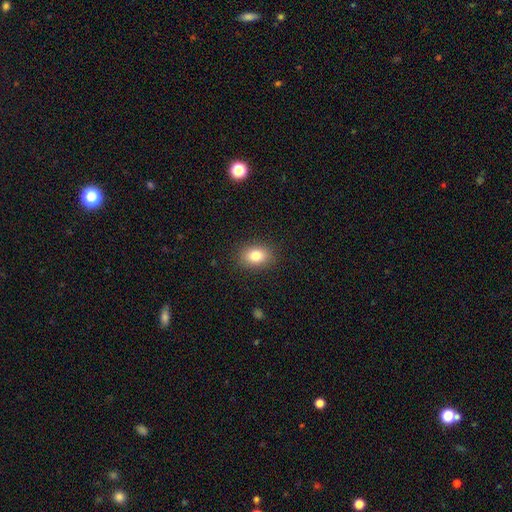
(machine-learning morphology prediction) smooth-or-featured: smooth: 81% | star or artifact: 10% | featured or disk: 9%
  how-rounded: in between: 71% | round: 28% | cigar-shaped: 1%
  merging: none: 88% | minor disturbance: 9% | major disturbance: 3% | merger: 1%